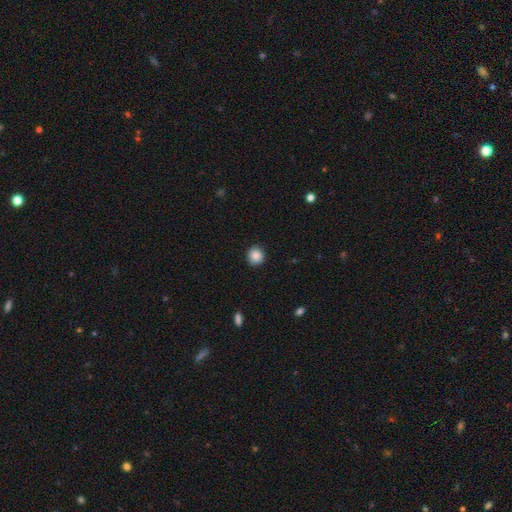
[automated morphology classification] smooth_or_featured: smooth (p=0.87) [alt: star or artifact p=0.09]
how_rounded: round (p=0.91) [alt: in between p=0.08]
merging: none (p=0.90) [alt: minor disturbance p=0.07]